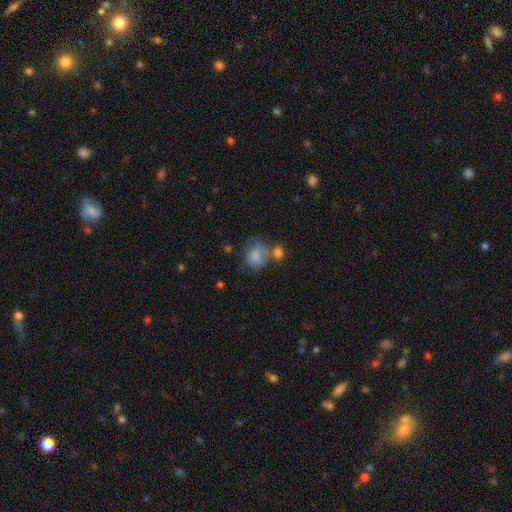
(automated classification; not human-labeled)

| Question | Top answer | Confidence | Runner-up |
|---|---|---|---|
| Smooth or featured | smooth | 80% | featured or disk (12%) |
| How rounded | round | 72% | in between (28%) |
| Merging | none | 40% | merger (29%) |